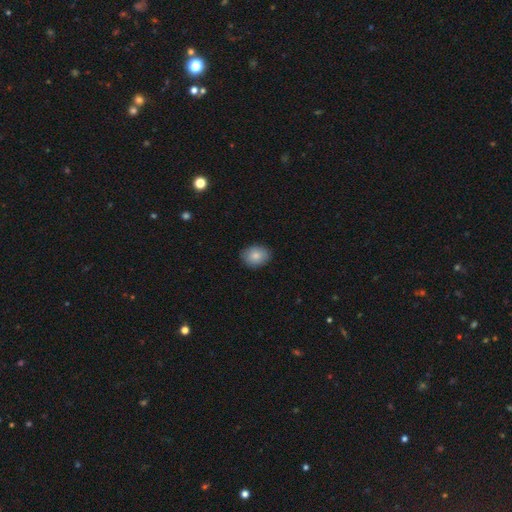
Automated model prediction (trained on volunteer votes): A smooth galaxy with no disk features (84%) that is in between round and cigar-shaped (55%). Merging: none (87%).